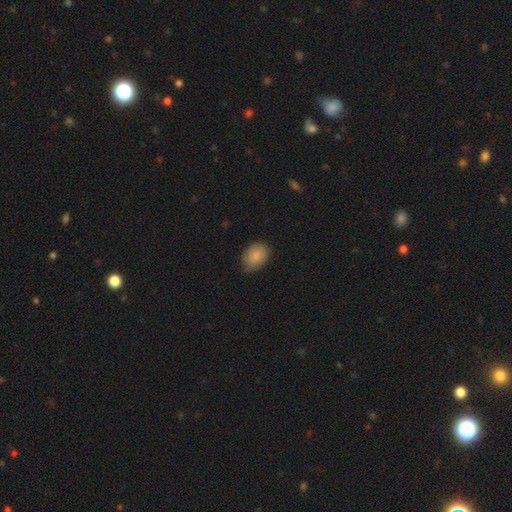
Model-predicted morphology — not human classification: Overall: smooth (86%). How rounded: in between (75%). Merging: none (75%).